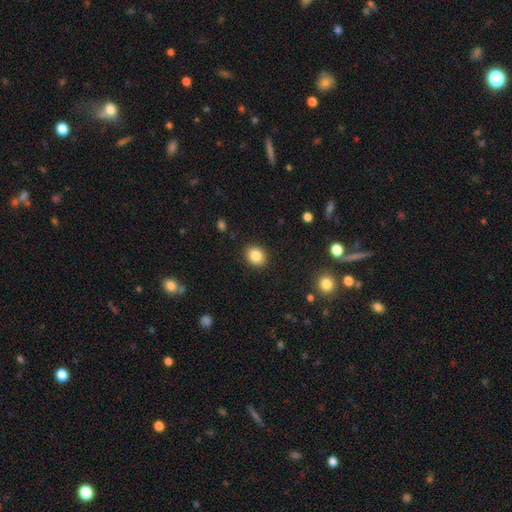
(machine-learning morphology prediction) Q: Smooth or featured?
A: smooth (85%); runner-up: star or artifact (10%)
Q: How rounded?
A: round (61%); runner-up: in between (38%)
Q: Merging?
A: none (90%); runner-up: minor disturbance (7%)